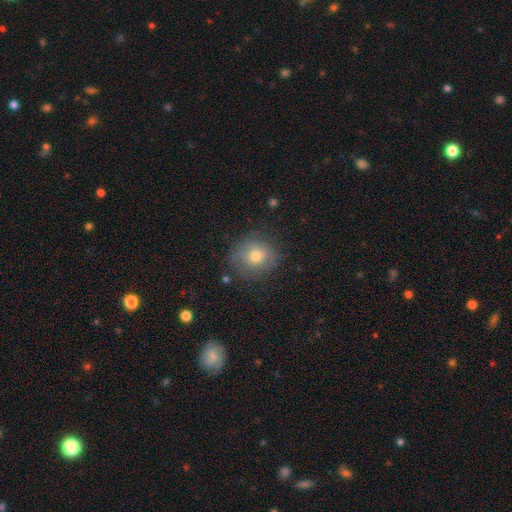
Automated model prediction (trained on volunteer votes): The model was most divided on "smooth or featured": smooth: 66%, featured or disk: 22%, star or artifact: 12%. More confident: how rounded — round (86%); merging — none (76%).